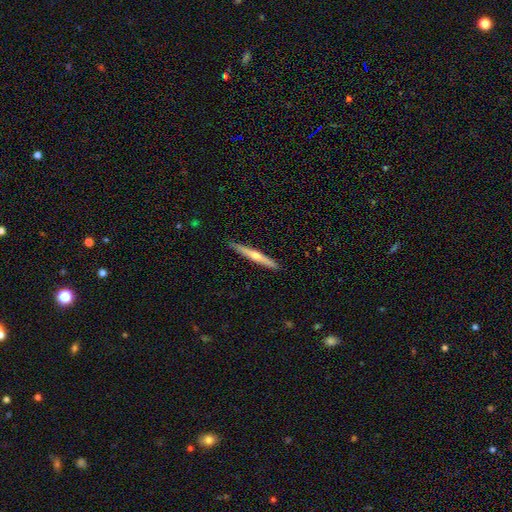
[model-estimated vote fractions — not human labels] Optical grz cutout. It shows a featured or disk galaxy (65%) viewed edge-on (97%) with a rounded central bulge (85%). Merging: none (91%).